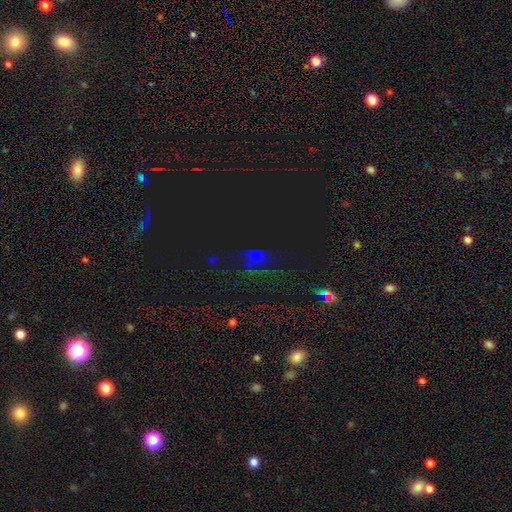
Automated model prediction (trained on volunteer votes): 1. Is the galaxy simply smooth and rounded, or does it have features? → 63% star or artifact, 22% smooth, 15% featured or disk.